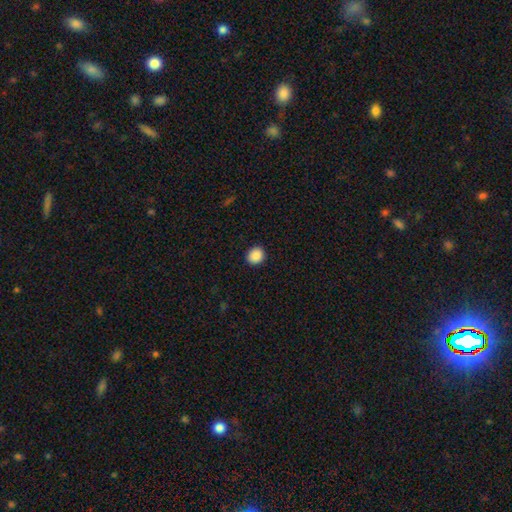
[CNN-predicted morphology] The model was most divided on "how rounded": round: 78%, in between: 21%, cigar-shaped: 1%. More confident: merging — none (92%); smooth or featured — smooth (89%).